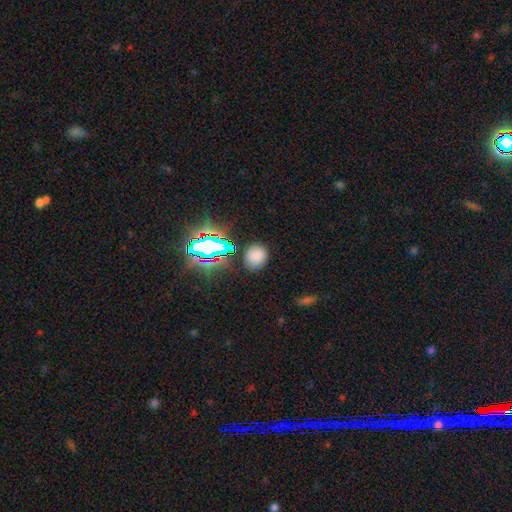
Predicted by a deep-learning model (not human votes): The model was most divided on "smooth or featured": smooth: 73%, star or artifact: 21%, featured or disk: 7%. More confident: merging — none (83%); how rounded — round (77%).